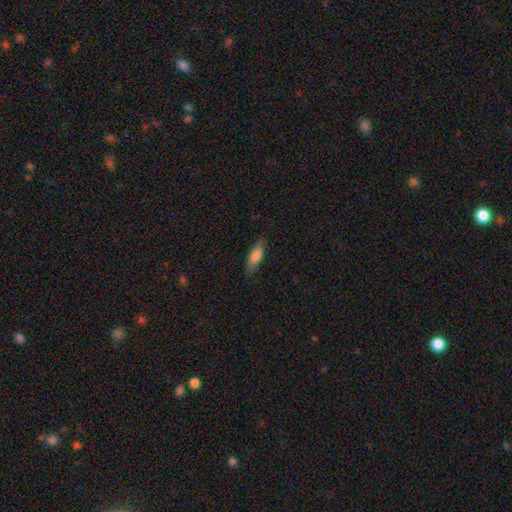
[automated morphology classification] type=smooth (76%); roundness=in between (55%); merging=none (80%).